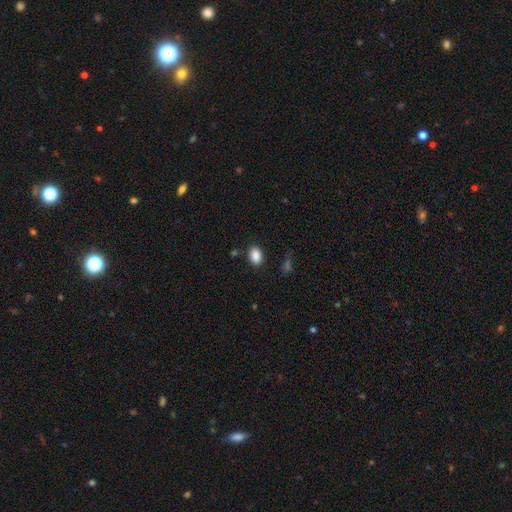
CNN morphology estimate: A smooth galaxy with no disk features (87%) that is in between round and cigar-shaped (81%).

Vote fractions:
- Smooth or featured? smooth: 87% / star or artifact: 9% / featured or disk: 4%
- How rounded? in between: 81% / round: 18% / cigar-shaped: 1%
- Merging? none: 82% / minor disturbance: 12% / major disturbance: 4% / merger: 3%